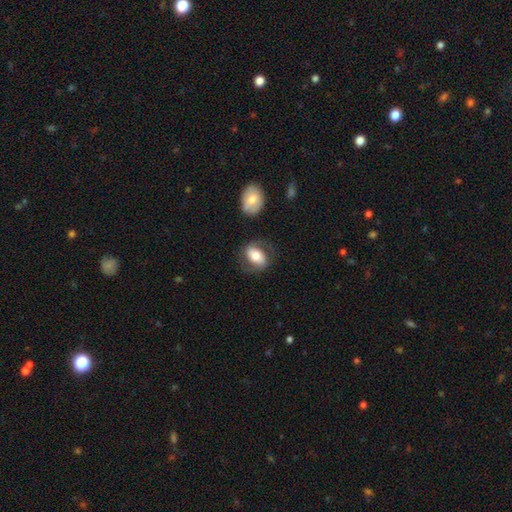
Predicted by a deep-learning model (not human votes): smooth 57%, featured or disk 37%, star or artifact 6%. Down the decision tree: how rounded — in between (79%); merging — none (68%).